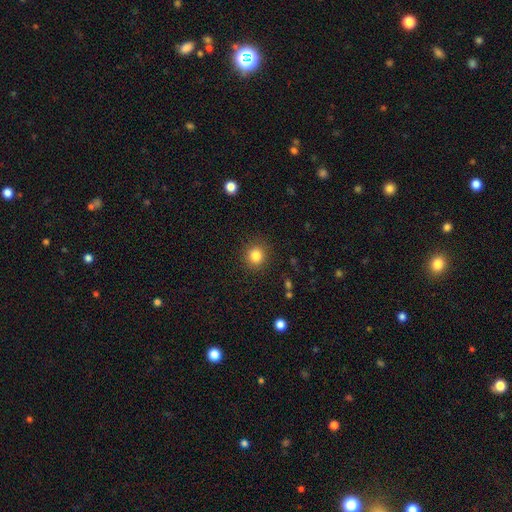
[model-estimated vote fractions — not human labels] Smooth or featured: smooth — 83% (star or artifact — 12%)
How rounded: round — 91% (in between — 8%)
Merging: none — 90% (minor disturbance — 6%)